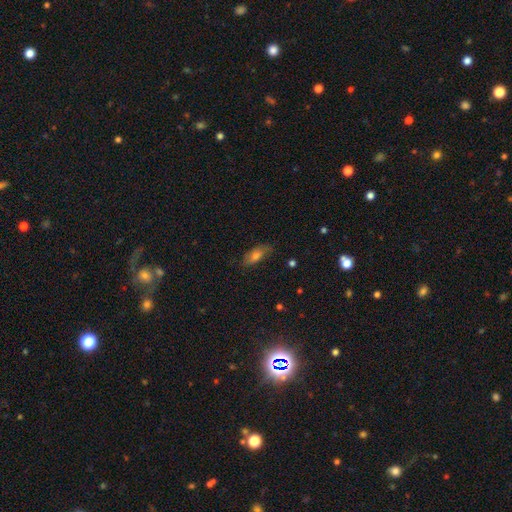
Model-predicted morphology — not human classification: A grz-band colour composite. It shows a smooth galaxy with no disk features (65%) that is in between round and cigar-shaped (74%). Merging: none (75%).